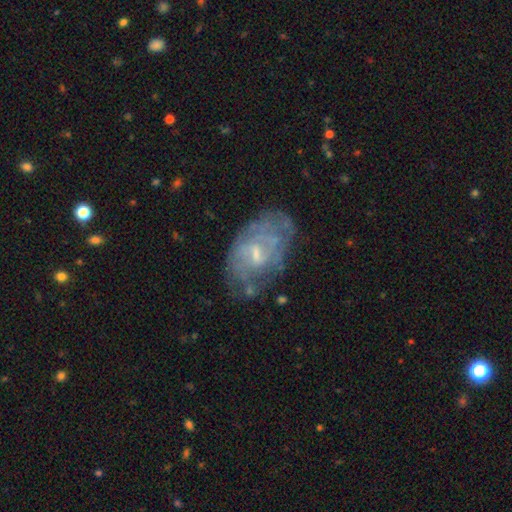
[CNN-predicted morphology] The model was most divided on "spiral arms": yes: 51%, no: 49%. More confident: edge-on disk — no (94%); smooth or featured — featured or disk (62%); merging — none (61%); bar — no (60%); bulge size — small (54%).